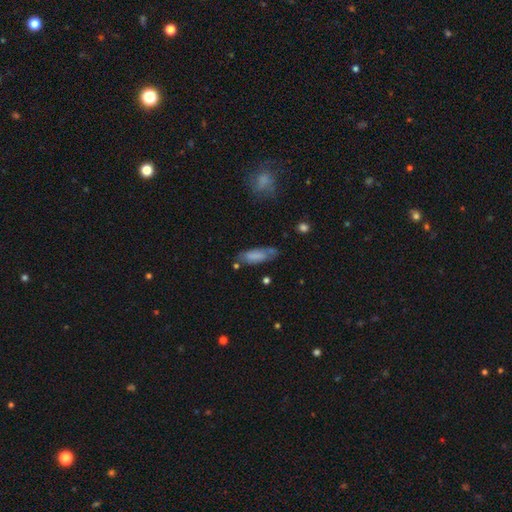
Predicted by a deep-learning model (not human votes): This is likely a smooth galaxy (70%). How rounded: likely in between (63%). Merging: likely none (61%).